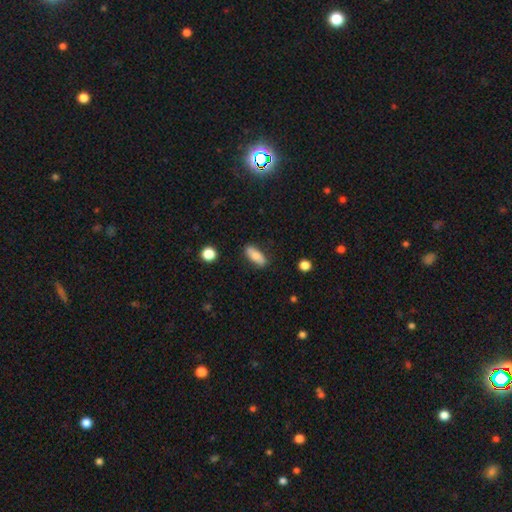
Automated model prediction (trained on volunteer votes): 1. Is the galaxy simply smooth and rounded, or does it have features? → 75% smooth, 18% featured or disk, 7% star or artifact.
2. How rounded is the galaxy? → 77% in between, 19% cigar-shaped, 3% round.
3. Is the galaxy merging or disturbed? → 83% none, 13% minor disturbance, 3% major disturbance, 2% merger.